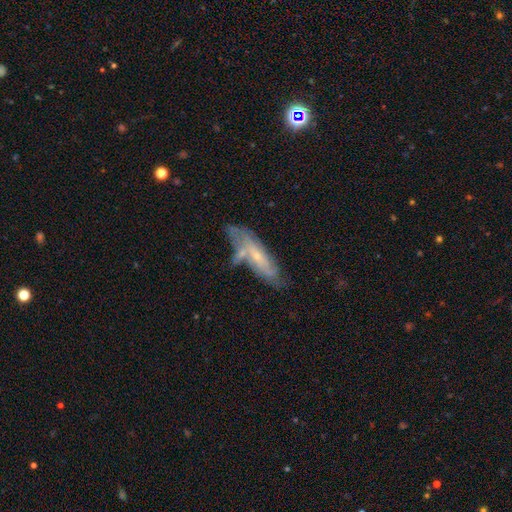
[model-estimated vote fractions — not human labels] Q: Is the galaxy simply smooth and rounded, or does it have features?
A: featured or disk — 60%.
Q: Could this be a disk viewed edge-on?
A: no — 69%.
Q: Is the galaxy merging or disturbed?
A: none — 47%.